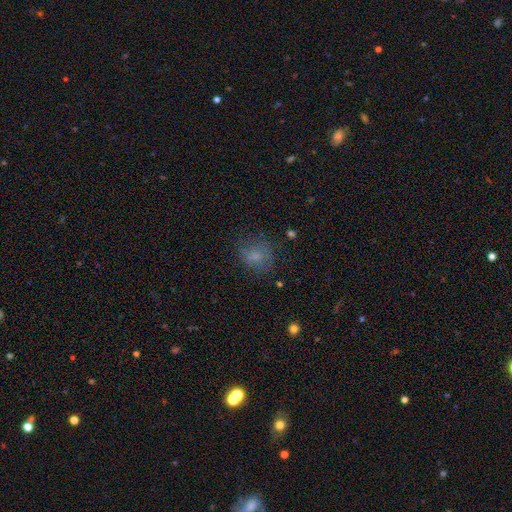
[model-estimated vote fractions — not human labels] smooth 70%, featured or disk 16%, star or artifact 14%. Down the decision tree: how rounded — round (63%); merging — none (65%).